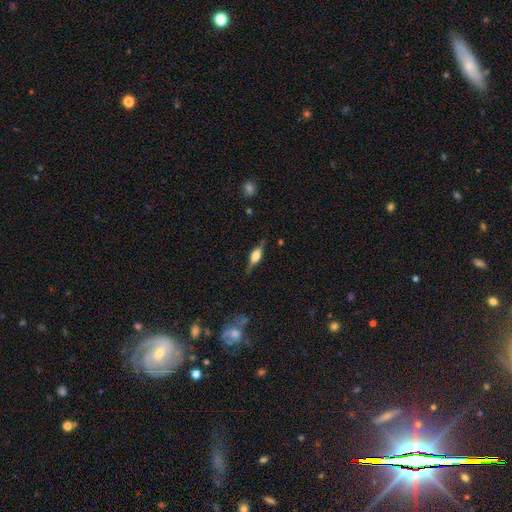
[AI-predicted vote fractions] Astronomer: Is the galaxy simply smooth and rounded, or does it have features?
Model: featured or disk — 59%.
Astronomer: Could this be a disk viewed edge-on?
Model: yes — 94%.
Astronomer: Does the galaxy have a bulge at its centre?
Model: rounded — 83%.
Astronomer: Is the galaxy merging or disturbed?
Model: none — 77%.